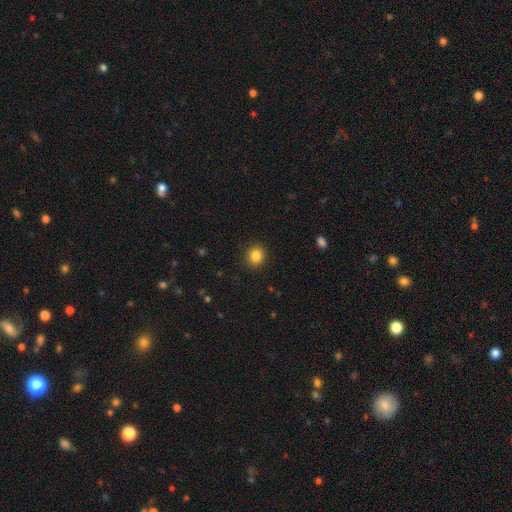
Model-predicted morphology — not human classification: A smooth galaxy with no disk features (85%) that is round (82%). Merging: none (90%).